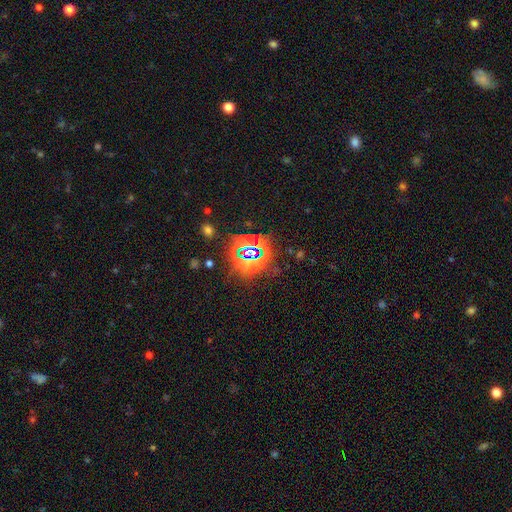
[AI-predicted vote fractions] This is likely a star or artifact rather than a galaxy (77%).